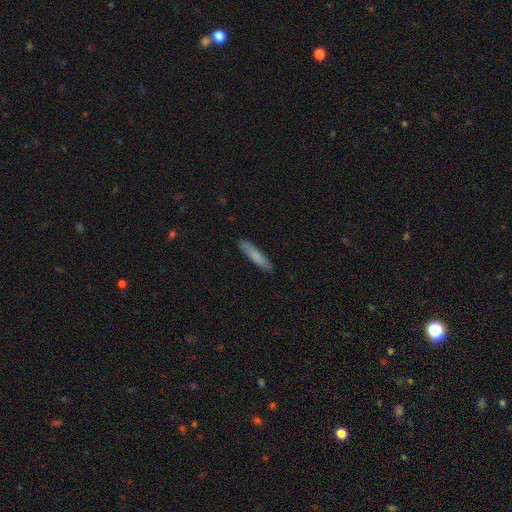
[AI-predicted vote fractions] Overall: smooth (79%). How rounded: cigar-shaped (86%). Merging: none (88%).